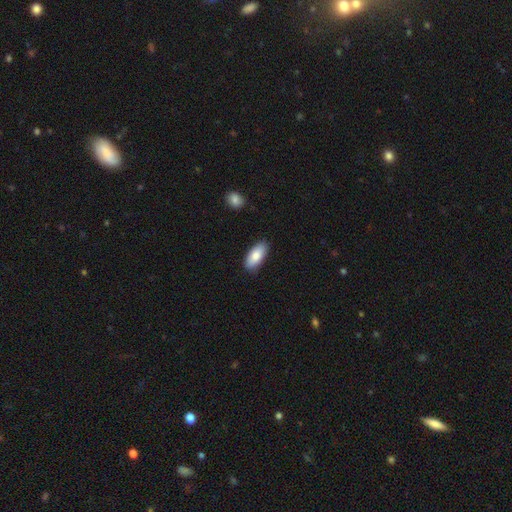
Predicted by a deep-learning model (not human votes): Smooth or featured? Predicted: smooth (p=0.84). How rounded? Predicted: in between (p=0.88). Merging? Predicted: none (p=0.86).